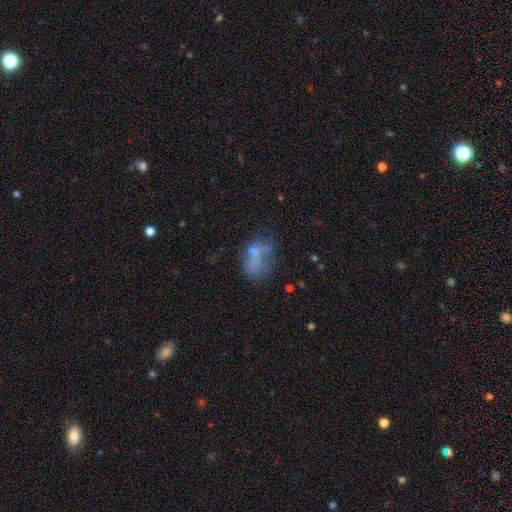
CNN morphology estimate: Smooth or featured? Predicted: smooth (p=0.53). How rounded? Predicted: in between (p=0.75). Merging? Predicted: none (p=0.33).